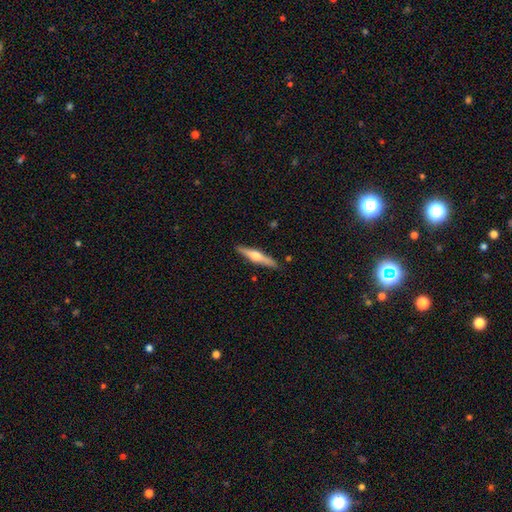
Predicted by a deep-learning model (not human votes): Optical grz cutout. It shows a featured or disk galaxy (59%) viewed edge-on (97%) with a rounded central bulge (92%). Merging: none (89%).